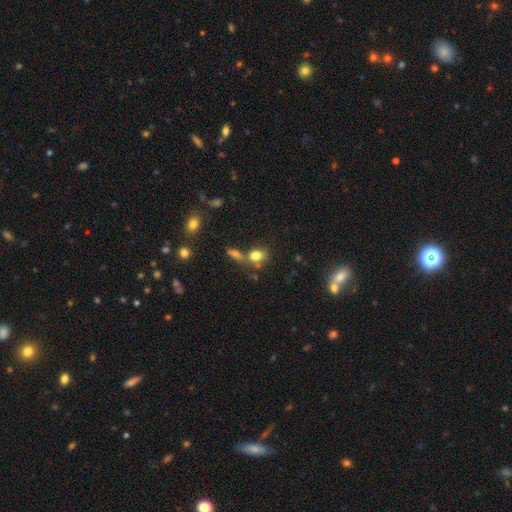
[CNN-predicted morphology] type=smooth (79%); roundness=in between (56%); merging=none (52%).